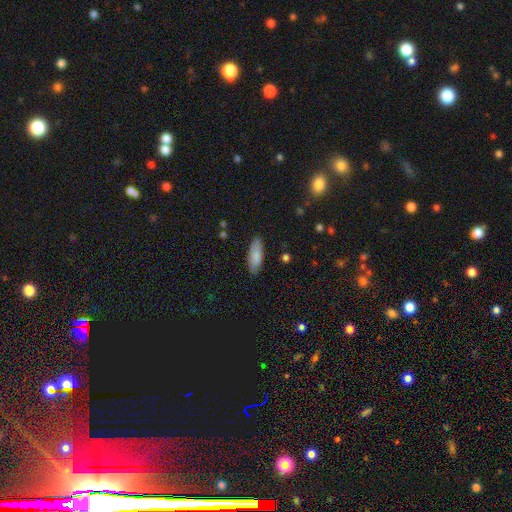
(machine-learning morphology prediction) smooth 85%, featured or disk 9%, star or artifact 6%. Down the decision tree: how rounded — in between (67%); merging — none (86%).